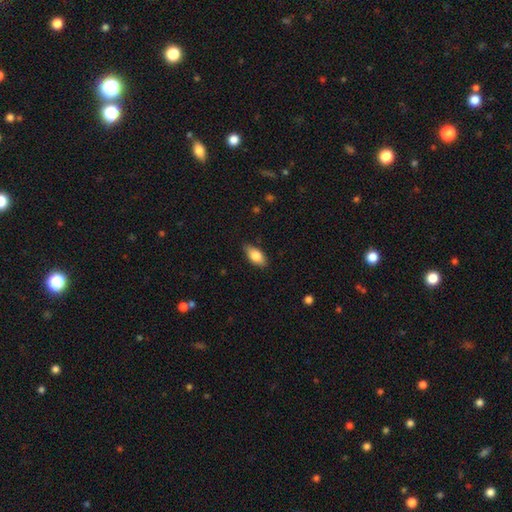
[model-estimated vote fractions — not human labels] Overall: smooth (81%). How rounded: in between (90%). Merging: none (84%).